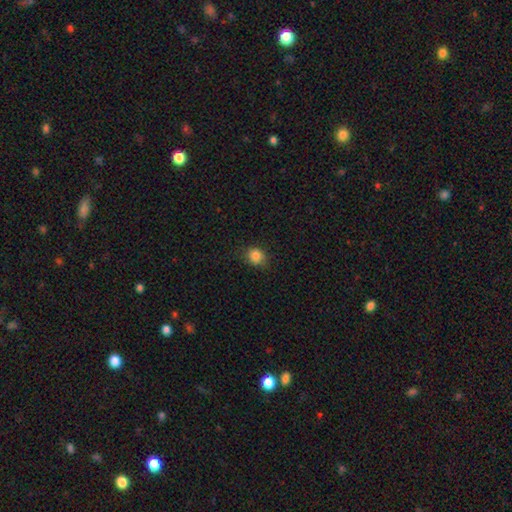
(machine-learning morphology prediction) A smooth galaxy with no disk features (84%) that is round (76%). Merging: none (82%).